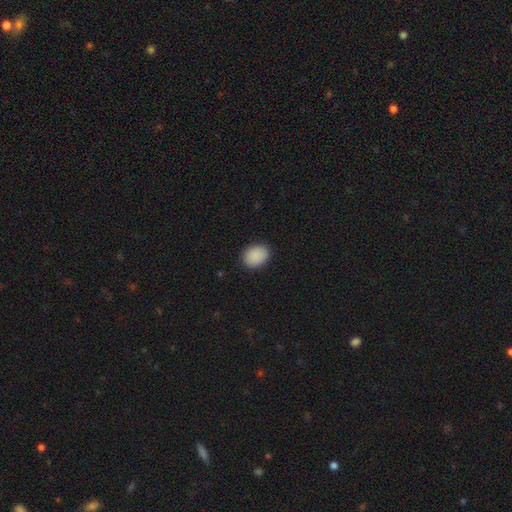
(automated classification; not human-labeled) This appears to be a smooth galaxy with no disk features (89%) that is in between round and cigar-shaped (62%). Merging: none (87%).